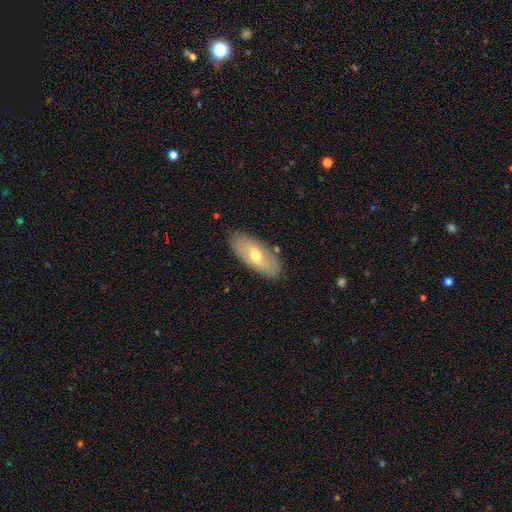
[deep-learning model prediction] Overall: smooth (54%; featured or disk 39%). How rounded: in between (85%). Merging: none (86%).